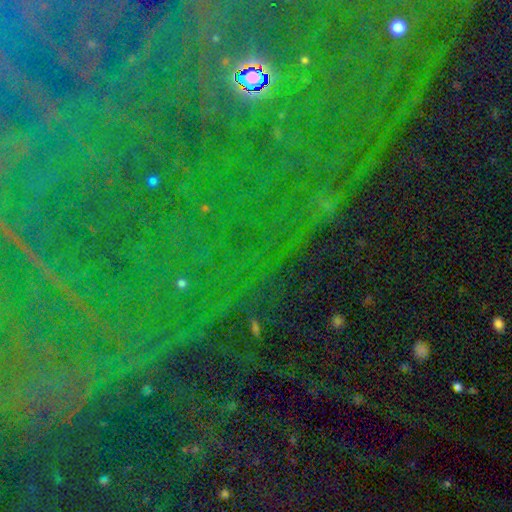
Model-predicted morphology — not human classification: type=star or artifact (83%).